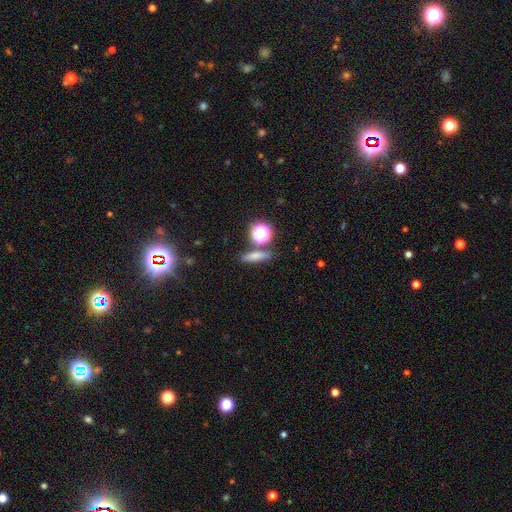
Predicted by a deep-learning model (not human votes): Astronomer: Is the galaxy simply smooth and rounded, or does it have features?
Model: smooth — 67%.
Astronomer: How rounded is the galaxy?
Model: cigar-shaped — 57%.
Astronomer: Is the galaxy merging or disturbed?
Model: none — 77%.